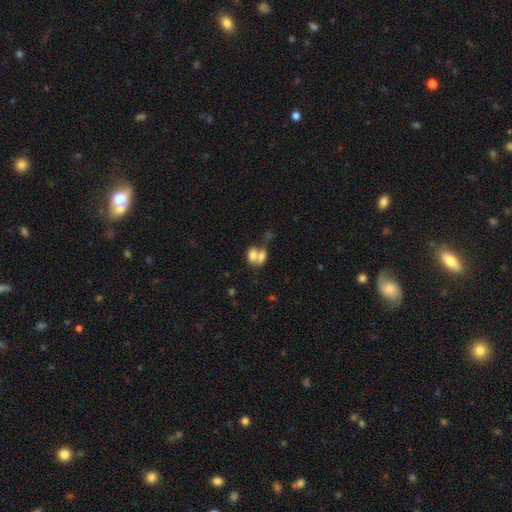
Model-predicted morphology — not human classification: smooth_or_featured: smooth (p=0.72) [alt: featured or disk p=0.18]
how_rounded: in between (p=0.80) [alt: round p=0.18]
merging: merger (p=0.68) [alt: none p=0.19]